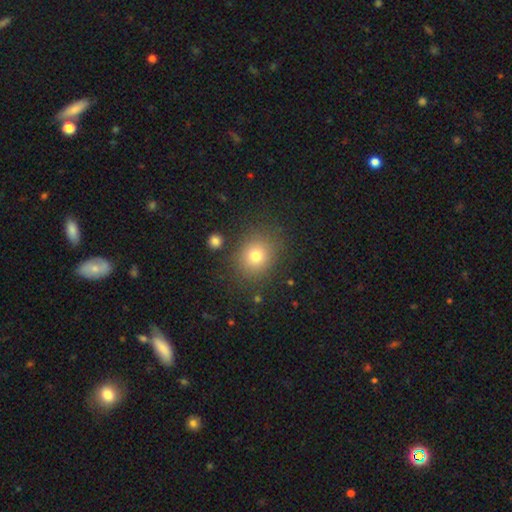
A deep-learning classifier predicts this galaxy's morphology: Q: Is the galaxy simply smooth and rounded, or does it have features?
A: smooth — 75%.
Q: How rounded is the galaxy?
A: round — 71%.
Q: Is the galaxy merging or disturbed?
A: none — 82%.